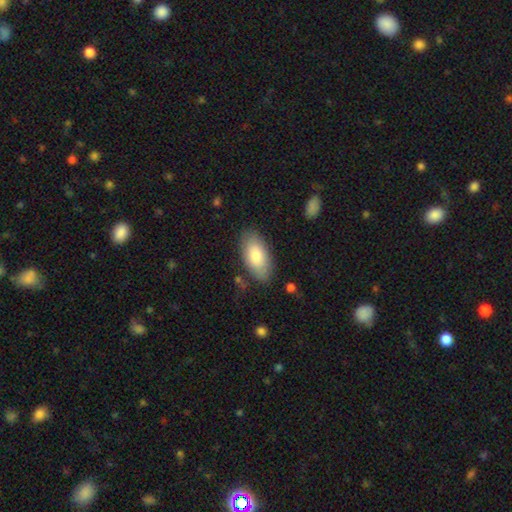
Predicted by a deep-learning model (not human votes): Smooth or featured?
  - smooth: 80% *
  - featured or disk: 14%
  - star or artifact: 6%
How rounded?
  - in between: 93% *
  - cigar-shaped: 4%
  - round: 2%
Merging?
  - none: 81% *
  - minor disturbance: 13%
  - major disturbance: 3%
  - merger: 2%